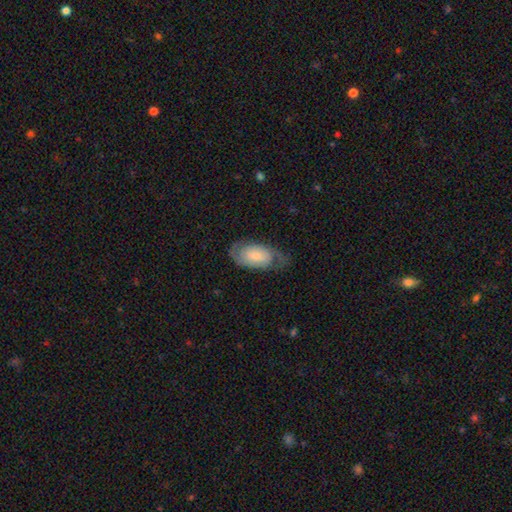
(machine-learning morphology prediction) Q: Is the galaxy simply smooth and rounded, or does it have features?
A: featured or disk — 57%.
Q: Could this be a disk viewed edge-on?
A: no — 94%.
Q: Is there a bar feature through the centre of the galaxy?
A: no — 66%.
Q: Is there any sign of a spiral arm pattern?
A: yes — 85%.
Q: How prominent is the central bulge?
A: small — 54%.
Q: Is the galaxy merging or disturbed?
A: none — 61%.